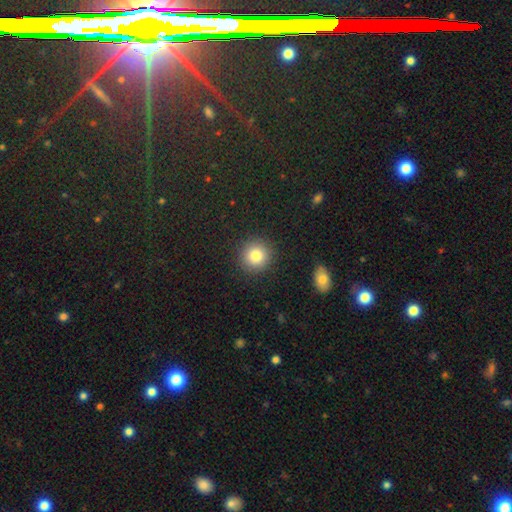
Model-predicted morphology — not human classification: The model was most divided on "smooth or featured": smooth: 81%, star or artifact: 11%, featured or disk: 7%. More confident: how rounded — round (93%); merging — none (91%).